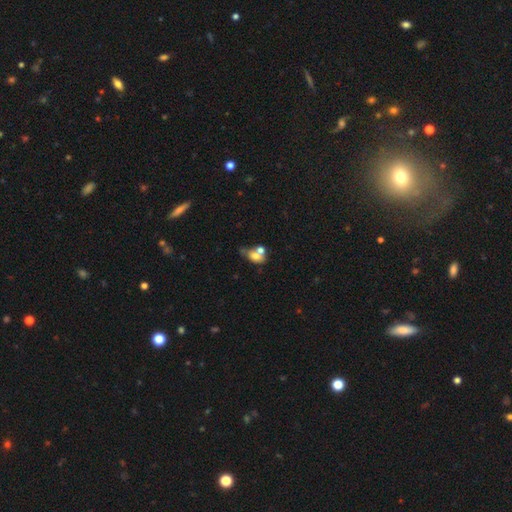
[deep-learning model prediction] This is likely a smooth galaxy (63%). How rounded: likely in between (71%). Merging: possibly merger (52%).